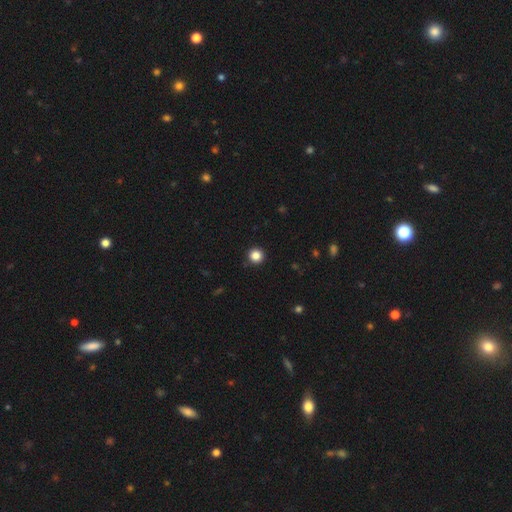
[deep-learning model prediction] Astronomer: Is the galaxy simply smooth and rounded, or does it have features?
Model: smooth — 85%.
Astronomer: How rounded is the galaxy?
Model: round — 96%.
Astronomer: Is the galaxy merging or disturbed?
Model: none — 92%.